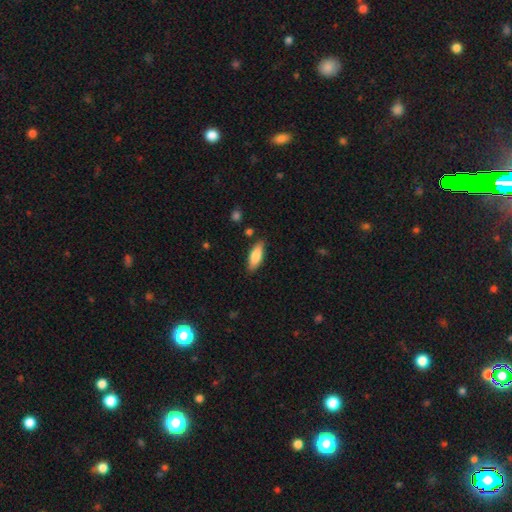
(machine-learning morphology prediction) Overall: smooth (79%). How rounded: in between (67%; cigar-shaped 31%). Merging: none (84%).